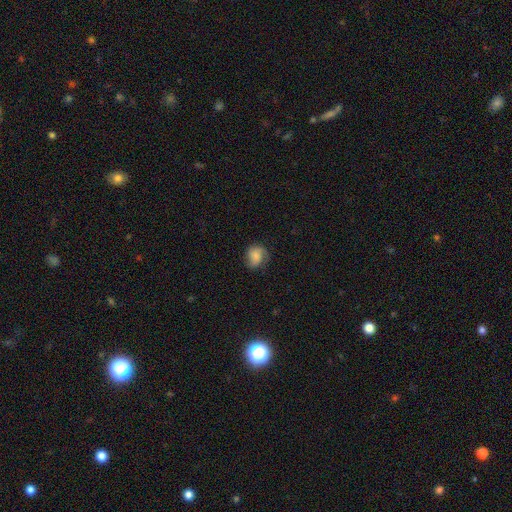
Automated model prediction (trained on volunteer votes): Smooth or featured?
  - smooth: 70% *
  - featured or disk: 22%
  - star or artifact: 9%
How rounded?
  - round: 60% *
  - in between: 39%
  - cigar-shaped: 1%
Merging?
  - none: 65% *
  - minor disturbance: 25%
  - major disturbance: 10%
  - merger: 1%